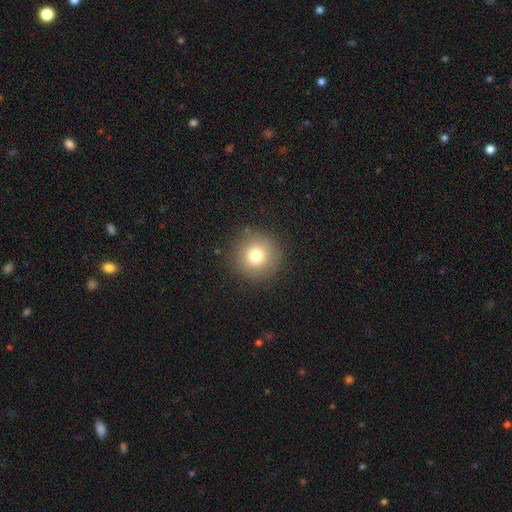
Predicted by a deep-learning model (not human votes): Smooth or featured: smooth — 77% (star or artifact — 12%)
How rounded: round — 95% (in between — 4%)
Merging: none — 88% (minor disturbance — 7%)